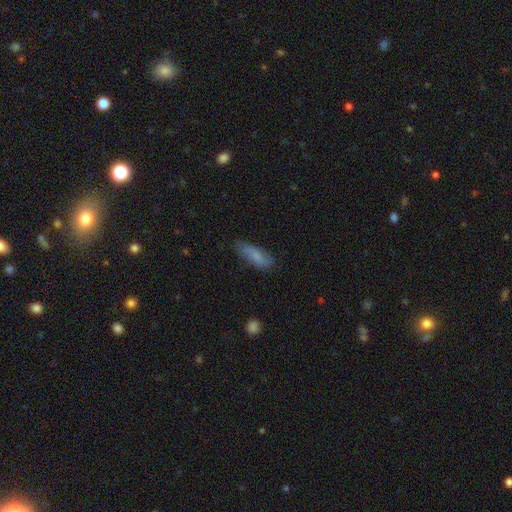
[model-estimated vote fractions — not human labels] smooth_or_featured: smooth (p=0.76) [alt: featured or disk p=0.17]
how_rounded: in between (p=0.53) [alt: cigar-shaped p=0.45]
merging: none (p=0.69) [alt: minor disturbance p=0.23]